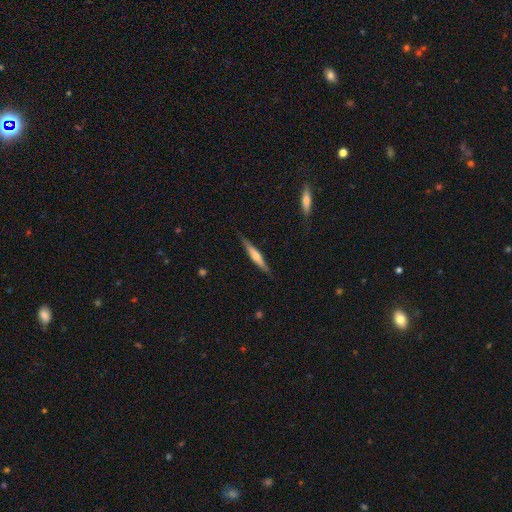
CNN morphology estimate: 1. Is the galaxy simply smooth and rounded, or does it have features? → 56% featured or disk, 38% smooth, 6% star or artifact.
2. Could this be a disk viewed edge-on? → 95% yes, 5% no.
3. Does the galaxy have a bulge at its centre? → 77% rounded, 14% none, 9% boxy.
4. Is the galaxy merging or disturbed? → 85% none, 11% minor disturbance, 2% major disturbance, 1% merger.